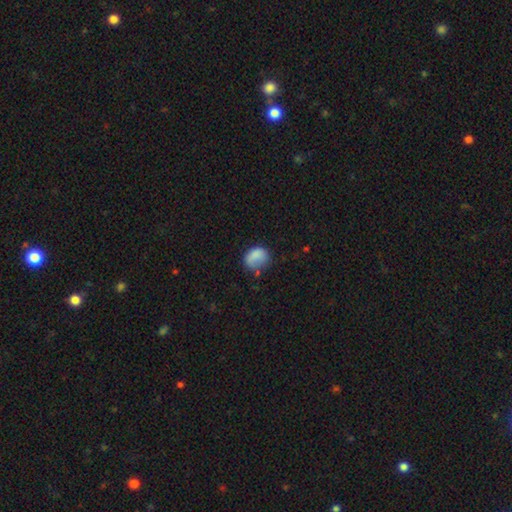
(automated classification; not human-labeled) The model was most divided on "how rounded": in between: 51%, round: 48%, cigar-shaped: 1%. More confident: smooth or featured — smooth (82%); merging — none (51%).